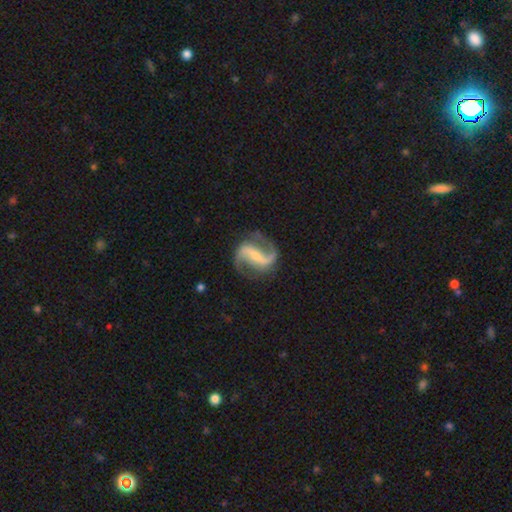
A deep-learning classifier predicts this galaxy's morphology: smooth-or-featured: featured or disk: 90% | star or artifact: 5% | smooth: 5%
  disk-edge-on: no: 97% | yes: 3%
    bar: strong: 53% | weak: 33% | no: 15%
    has-spiral-arms: yes: 97% | no: 3%
      spiral-winding: loose: 50% | medium: 41% | tight: 9%
      spiral-arm-count: 2: 93% | 1: 2% | can't tell: 2% | 3: 2% | 4: 1% | more than 4: 1%
    bulge-size: small: 59% | moderate: 26% | none: 11% | large: 3% | dominant: 1%
  merging: none: 78% | minor disturbance: 13% | major disturbance: 7% | merger: 2%